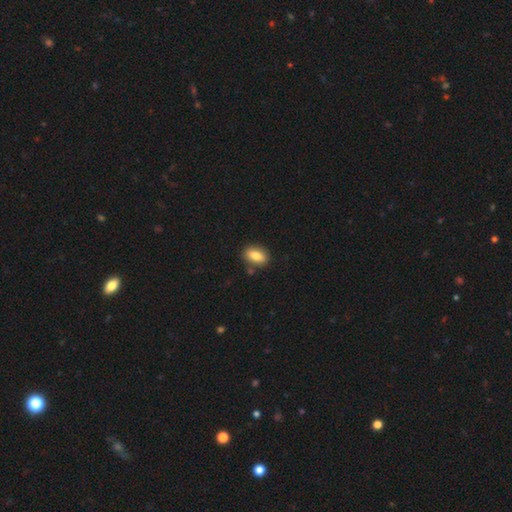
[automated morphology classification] Smooth or featured: smooth — 84% (featured or disk — 9%)
How rounded: in between — 86% (round — 10%)
Merging: none — 84% (minor disturbance — 10%)